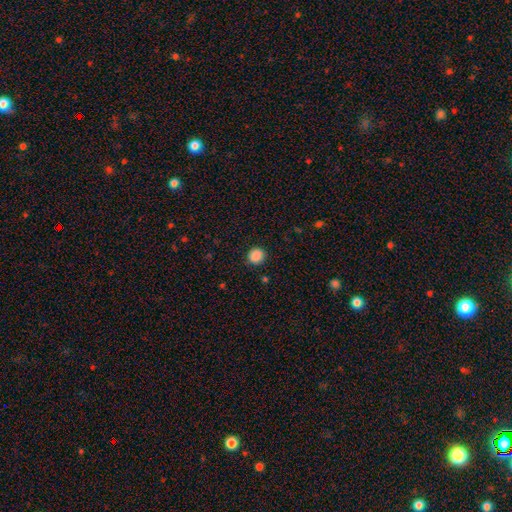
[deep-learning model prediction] Smooth or featured? Predicted: smooth (p=0.88). How rounded? Predicted: round (p=0.86). Merging? Predicted: none (p=0.88).